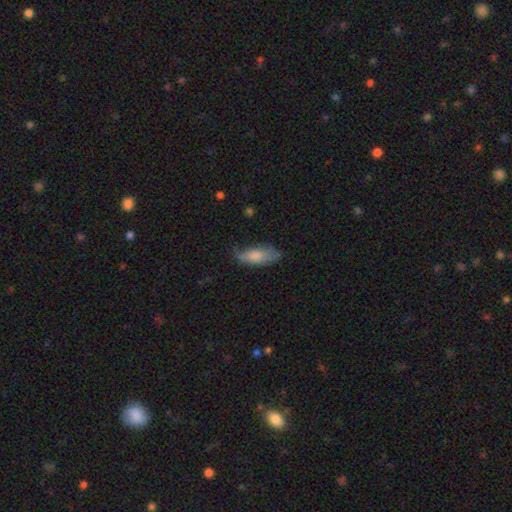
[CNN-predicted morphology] smooth-or-featured: smooth: 77% | featured or disk: 17% | star or artifact: 6%
  how-rounded: in between: 75% | cigar-shaped: 23% | round: 2%
  merging: none: 61% | minor disturbance: 30% | major disturbance: 7% | merger: 2%